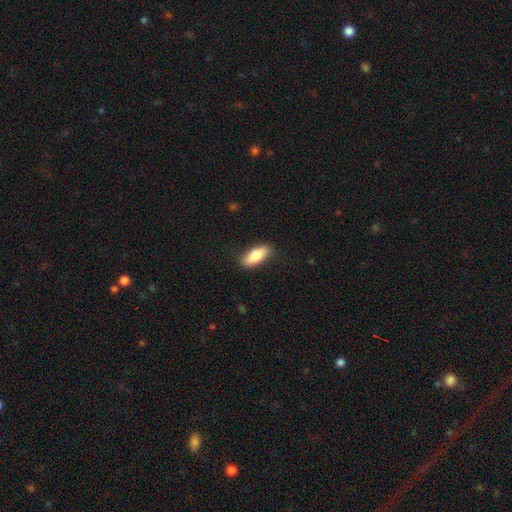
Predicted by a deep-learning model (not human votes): Overall: smooth (82%). How rounded: in between (75%). Merging: none (86%).